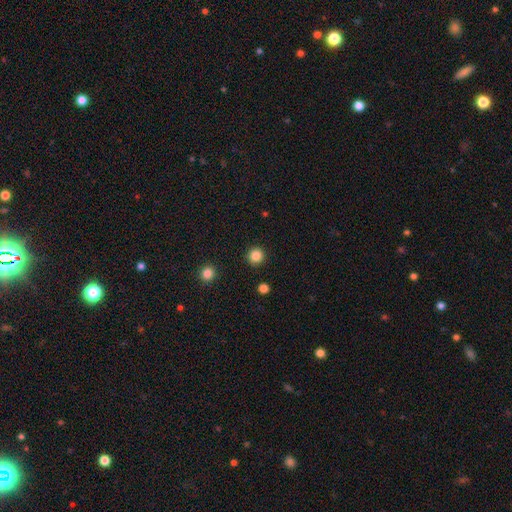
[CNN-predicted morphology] A smooth galaxy with no disk features (85%) that is round (94%). Merging: none (92%).